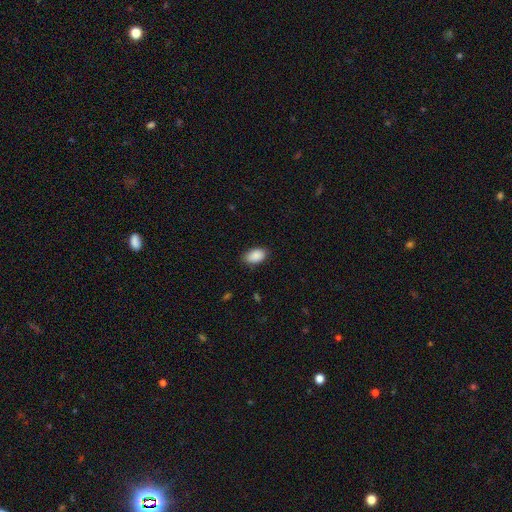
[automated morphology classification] smooth_or_featured: smooth (p=0.90) [alt: star or artifact p=0.07]
how_rounded: in between (p=0.92) [alt: round p=0.07]
merging: none (p=0.83) [alt: minor disturbance p=0.13]